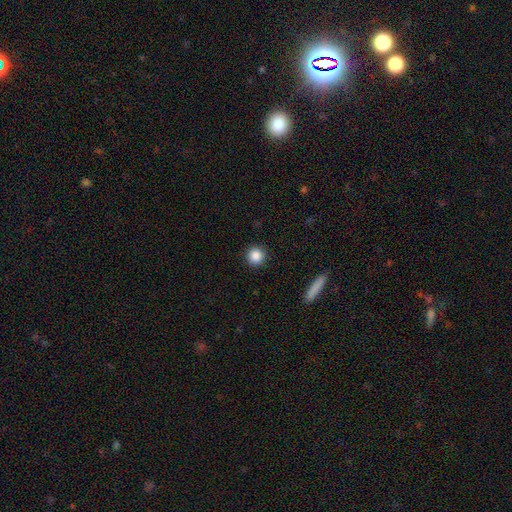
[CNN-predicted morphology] A smooth galaxy with no disk features (87%) that is round (94%).

Vote fractions:
- Smooth or featured? smooth: 87% / star or artifact: 9% / featured or disk: 4%
- How rounded? round: 94% / in between: 5% / cigar-shaped: 1%
- Merging? none: 92% / minor disturbance: 5% / major disturbance: 2% / merger: 1%